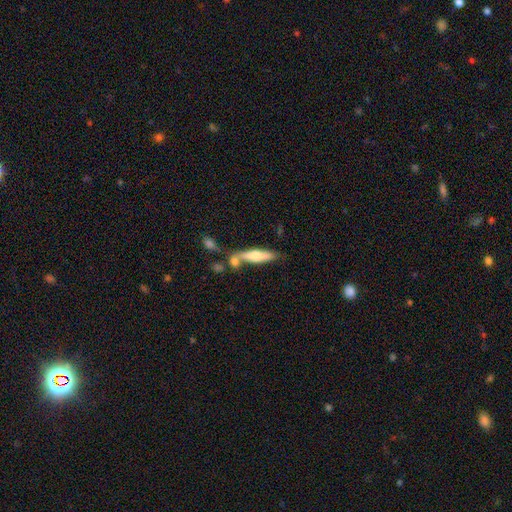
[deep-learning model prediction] Smooth or featured? Predicted: smooth (p=0.58). How rounded? Predicted: cigar-shaped (p=0.71). Merging? Predicted: none (p=0.56).